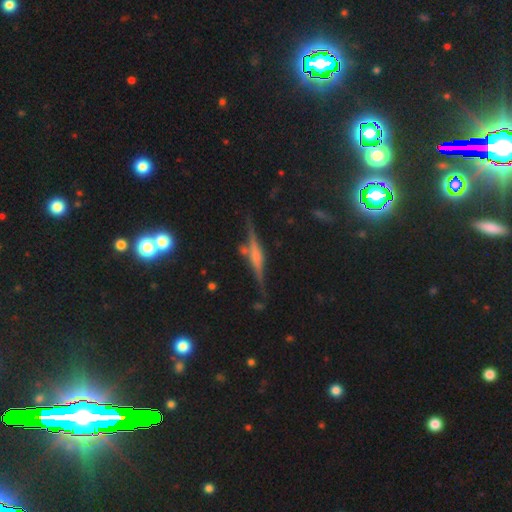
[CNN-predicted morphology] Q: Smooth or featured?
A: featured or disk (77%); runner-up: smooth (15%)
Q: Edge-on disk?
A: yes (97%); runner-up: no (3%)
Q: Edge-on bulge?
A: rounded (61%); runner-up: boxy (27%)
Q: Merging?
A: none (80%); runner-up: minor disturbance (12%)